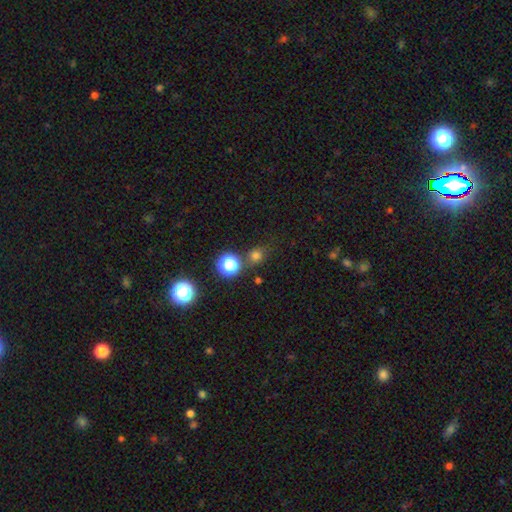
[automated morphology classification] Smooth or featured?
  - smooth: 68% *
  - star or artifact: 25%
  - featured or disk: 7%
How rounded?
  - round: 80% *
  - in between: 19%
  - cigar-shaped: 1%
Merging?
  - none: 72% *
  - minor disturbance: 13%
  - merger: 10%
  - major disturbance: 5%